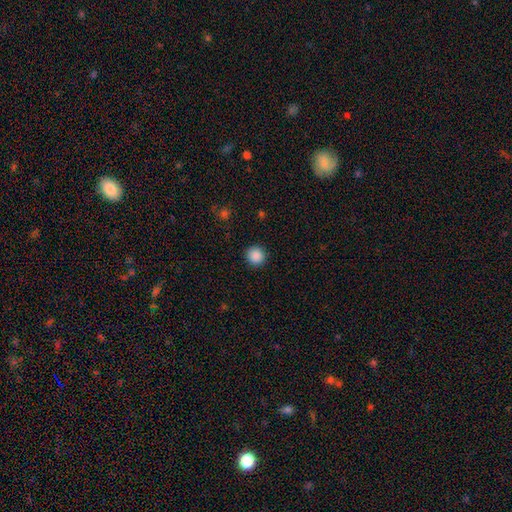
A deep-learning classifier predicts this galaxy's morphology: The model was most divided on "smooth or featured": smooth: 88%, star or artifact: 10%, featured or disk: 3%. More confident: how rounded — round (95%); merging — none (92%).